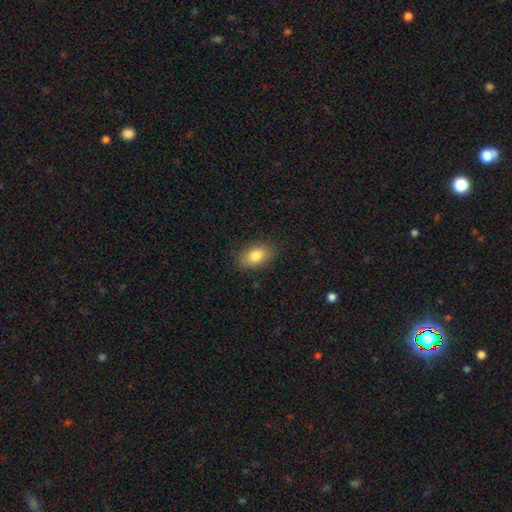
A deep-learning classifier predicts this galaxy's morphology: Smooth or featured? smooth (82%)
How rounded? in between (87%)
Merging? none (86%)